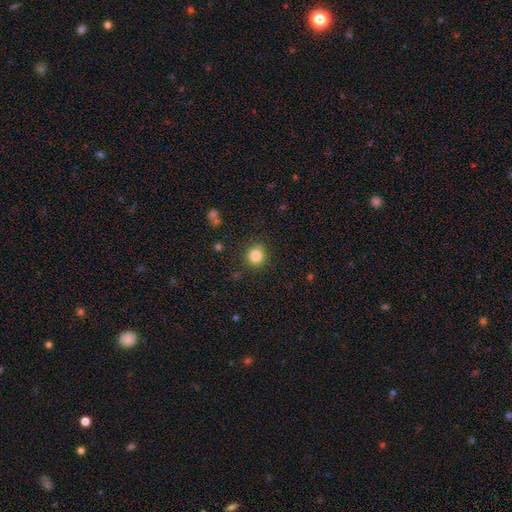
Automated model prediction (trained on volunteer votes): Smooth or featured? smooth (84%)
How rounded? round (90%)
Merging? none (87%)